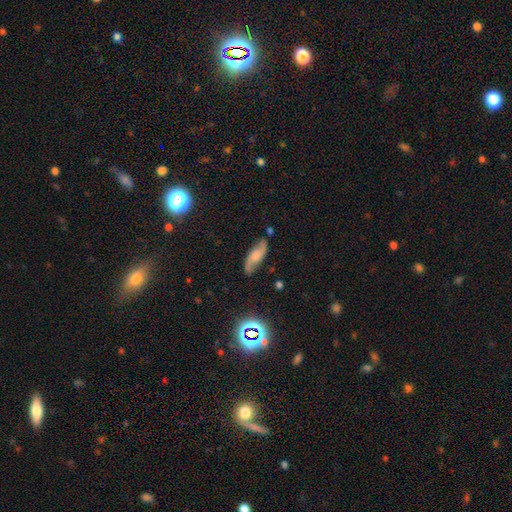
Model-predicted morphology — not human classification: Smooth or featured? Predicted: featured or disk (p=0.58). Edge-on disk? Predicted: no (p=0.86). Bar? Predicted: no (p=0.62). Spiral arms? Predicted: yes (p=0.92). Bulge size? Predicted: none (p=0.34). Merging? Predicted: none (p=0.75).